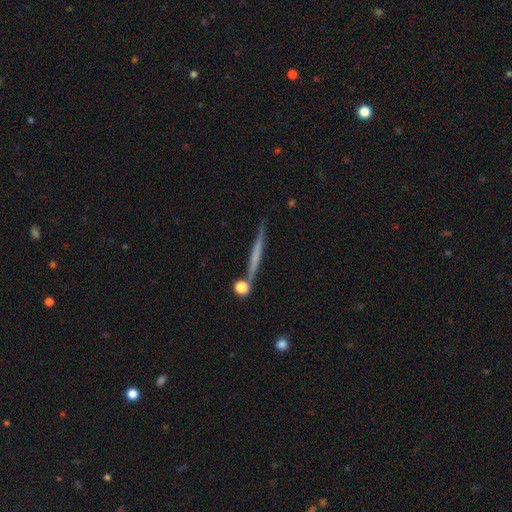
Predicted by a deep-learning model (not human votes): Q: Smooth or featured?
A: featured or disk (47%); runner-up: smooth (46%)
Q: Merging?
A: none (81%); runner-up: minor disturbance (10%)